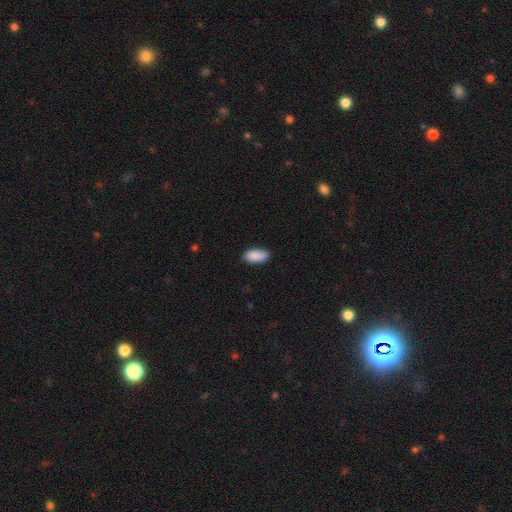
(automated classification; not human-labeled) Smooth or featured?
  - smooth: 90% *
  - star or artifact: 6%
  - featured or disk: 4%
How rounded?
  - in between: 92% *
  - cigar-shaped: 6%
  - round: 2%
Merging?
  - none: 87% *
  - minor disturbance: 10%
  - major disturbance: 2%
  - merger: 1%